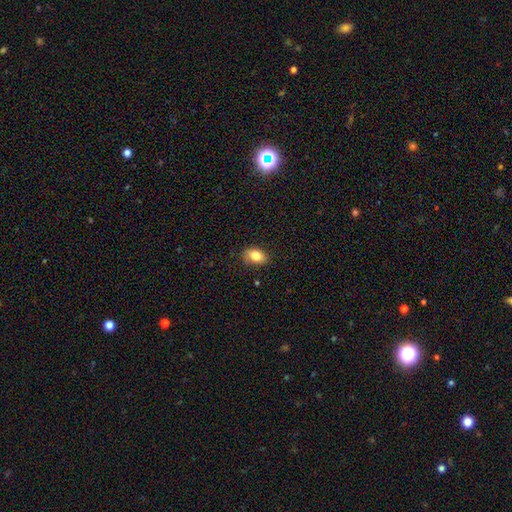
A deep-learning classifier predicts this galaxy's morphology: Smooth or featured? Predicted: smooth (p=0.82). How rounded? Predicted: in between (p=0.86). Merging? Predicted: none (p=0.80).